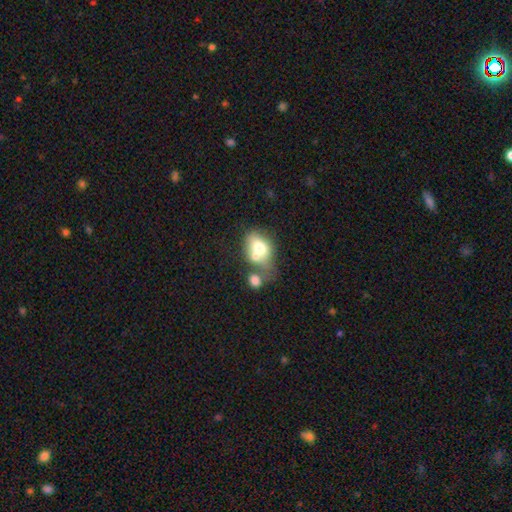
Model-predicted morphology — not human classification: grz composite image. It shows a smooth galaxy with no disk features (66%) that is in between round and cigar-shaped (71%). Merging: merger (51%).